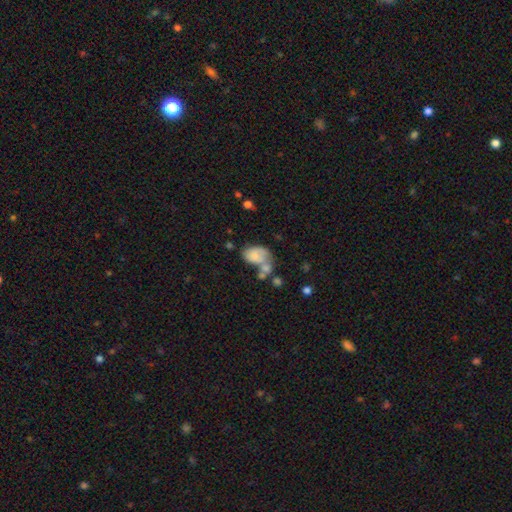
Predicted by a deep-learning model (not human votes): smooth_or_featured: smooth (p=0.63) [alt: featured or disk p=0.28]
how_rounded: in between (p=0.80) [alt: round p=0.19]
merging: merger (p=0.42) [alt: none p=0.22]